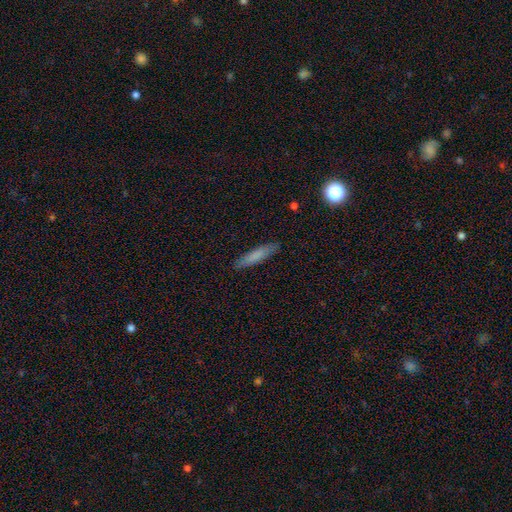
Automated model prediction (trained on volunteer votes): A smooth galaxy with no disk features (75%) that is cigar-shaped (85%). Merging: none (88%).